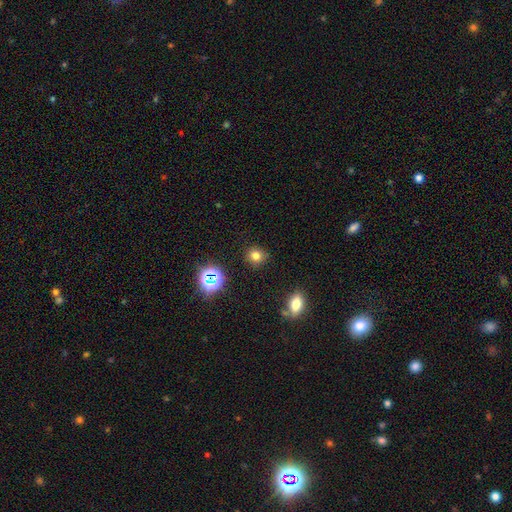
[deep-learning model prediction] Morphology: type=smooth (74%); roundness=round (86%); merging=none (87%).